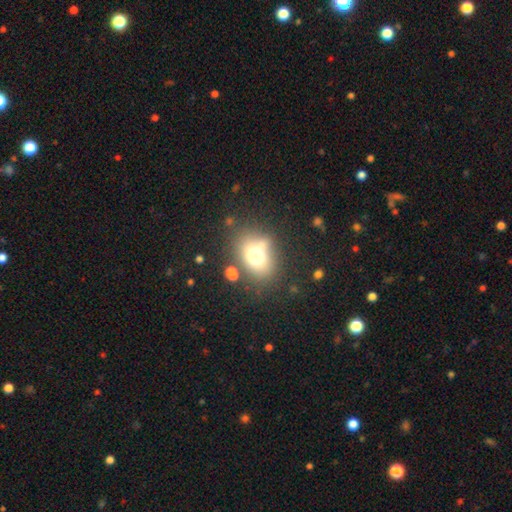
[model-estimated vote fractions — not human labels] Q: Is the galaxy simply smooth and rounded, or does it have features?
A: smooth — 66%.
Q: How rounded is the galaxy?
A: in between — 56%.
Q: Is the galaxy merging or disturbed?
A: none — 58%.